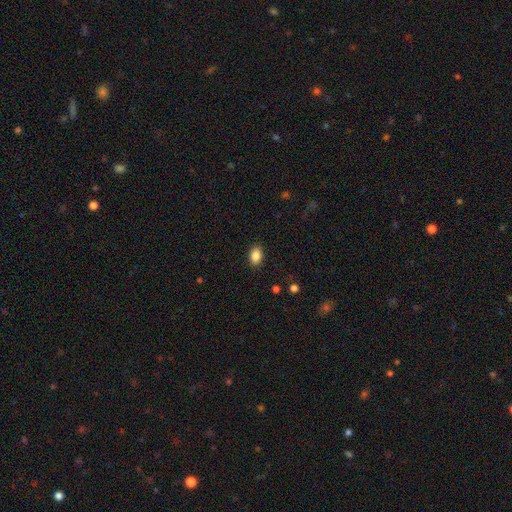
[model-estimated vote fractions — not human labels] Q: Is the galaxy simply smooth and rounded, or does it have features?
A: smooth — 87%.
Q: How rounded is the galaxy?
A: in between — 84%.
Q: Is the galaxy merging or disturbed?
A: none — 88%.